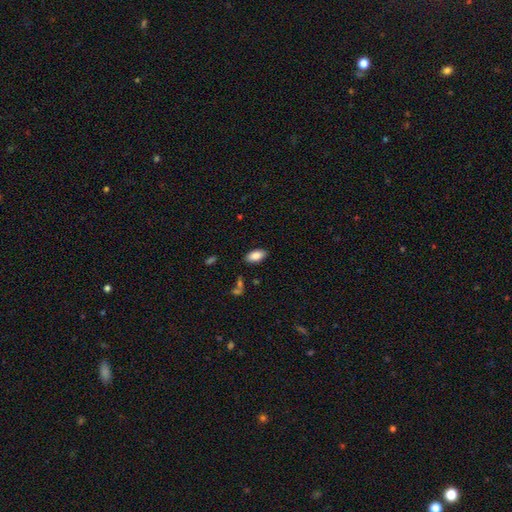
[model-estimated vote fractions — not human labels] A smooth galaxy with no disk features (86%) that is in between round and cigar-shaped (93%). Merging: none (85%).